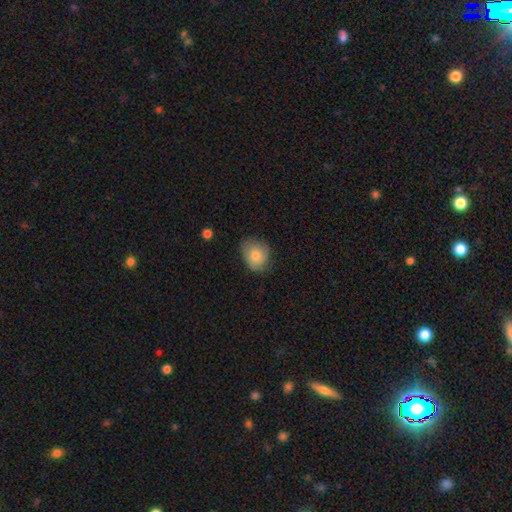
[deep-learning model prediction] Smooth or featured? smooth (77%)
How rounded? round (53%)
Merging? none (65%)